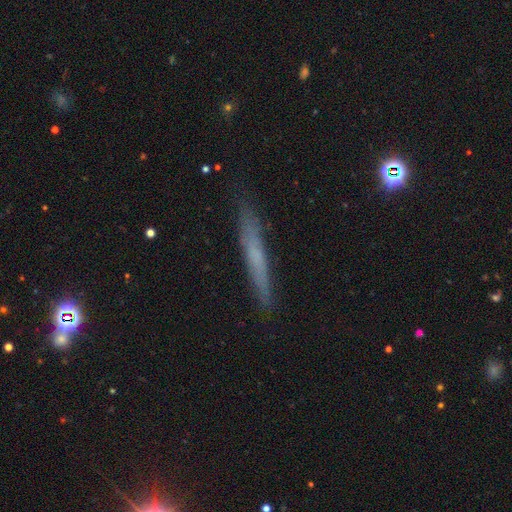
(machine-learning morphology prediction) This appears to be a smooth galaxy with no disk features (50%) that is cigar-shaped (95%). Merging: none (87%).